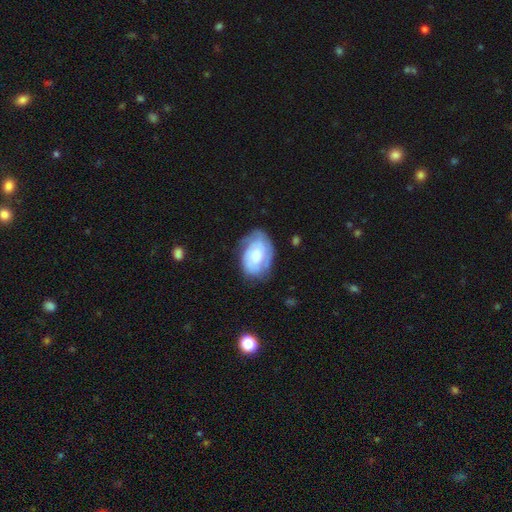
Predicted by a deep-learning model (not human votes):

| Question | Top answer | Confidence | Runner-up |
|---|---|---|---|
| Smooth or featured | featured or disk | 53% | smooth (41%) |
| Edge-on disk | no | 96% | yes (4%) |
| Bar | no | 77% | weak (19%) |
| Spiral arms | yes | 75% | no (25%) |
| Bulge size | moderate | 37% | small (35%) |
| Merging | none | 61% | minor disturbance (27%) |